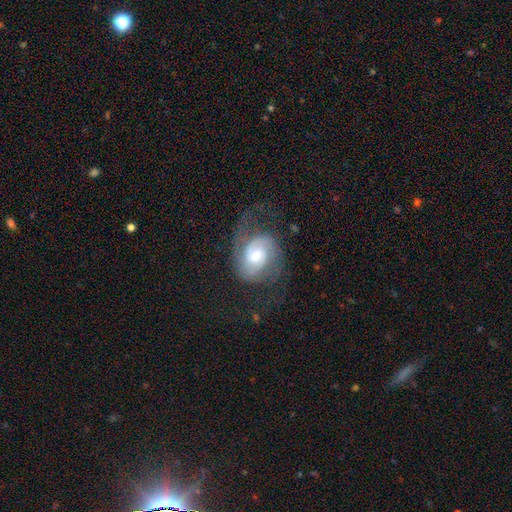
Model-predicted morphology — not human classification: Overall: featured or disk (80%). Edge-on disk: no (97%). Bar: no (58%; weak 34%). Spiral arms: yes (94%). Spiral arm count: 2 (76%). Spiral winding: medium (42%; tight 36%). Bulge size: moderate (63%; small 28%). Merging: none (58%; major disturbance 21%).